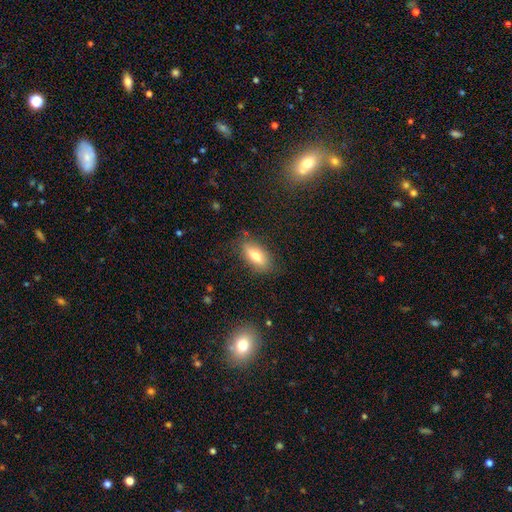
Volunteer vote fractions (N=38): Smooth or featured? 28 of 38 (74%) said smooth. How rounded? 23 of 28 (82%) said in between. Merging? 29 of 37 (78%) said none.